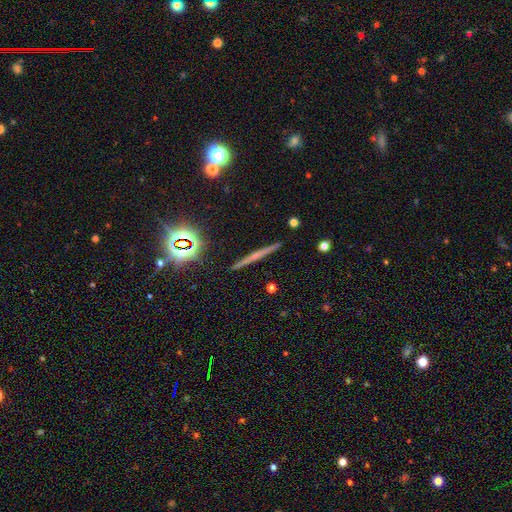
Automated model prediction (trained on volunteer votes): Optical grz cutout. It shows a featured or disk galaxy (52%) viewed edge-on (97%) with no central bulge (65%). Merging: none (92%).